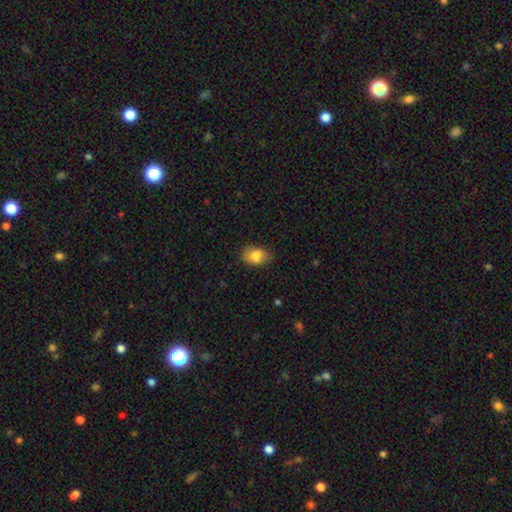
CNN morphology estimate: smooth 82%, featured or disk 10%, star or artifact 8%. Down the decision tree: how rounded — in between (81%); merging — none (76%).